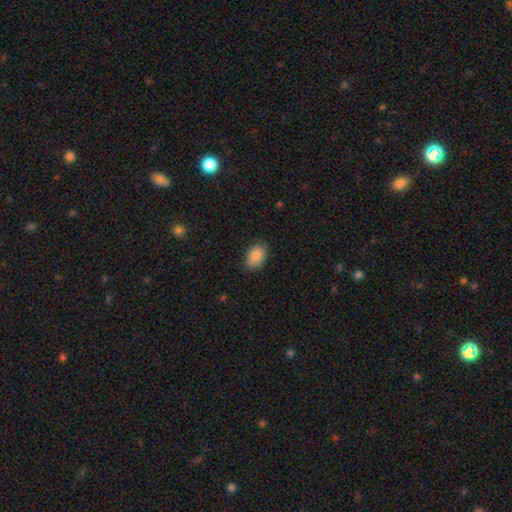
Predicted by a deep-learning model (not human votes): Overall: smooth (88%). How rounded: in between (88%). Merging: none (83%).